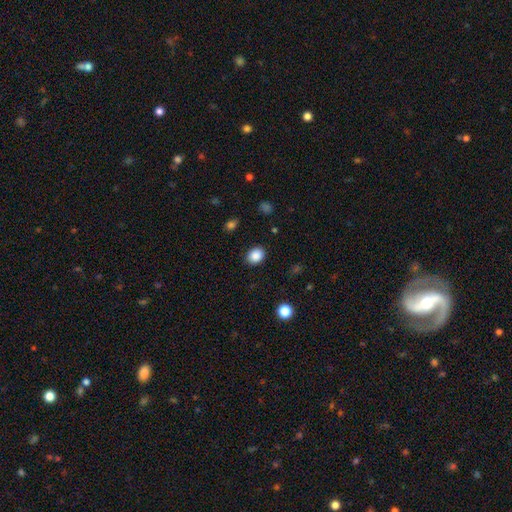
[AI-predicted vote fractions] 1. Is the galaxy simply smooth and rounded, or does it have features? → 87% smooth, 9% star or artifact, 4% featured or disk.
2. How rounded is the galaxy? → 52% in between, 47% round, 1% cigar-shaped.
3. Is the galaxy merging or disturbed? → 88% none, 8% minor disturbance, 3% major disturbance, 1% merger.